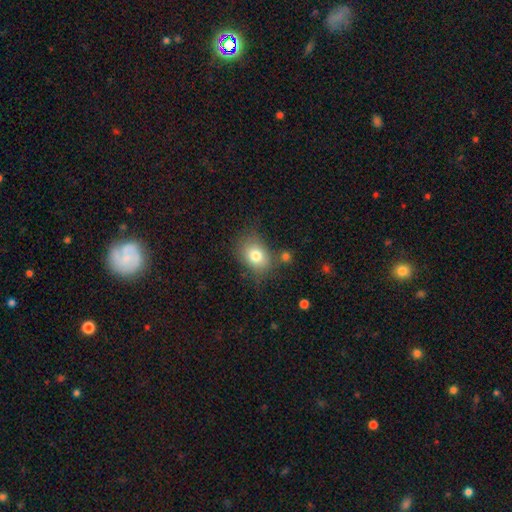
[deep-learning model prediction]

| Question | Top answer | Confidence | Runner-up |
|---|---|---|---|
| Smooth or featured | smooth | 78% | featured or disk (12%) |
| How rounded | in between | 63% | round (36%) |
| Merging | none | 65% | minor disturbance (20%) |